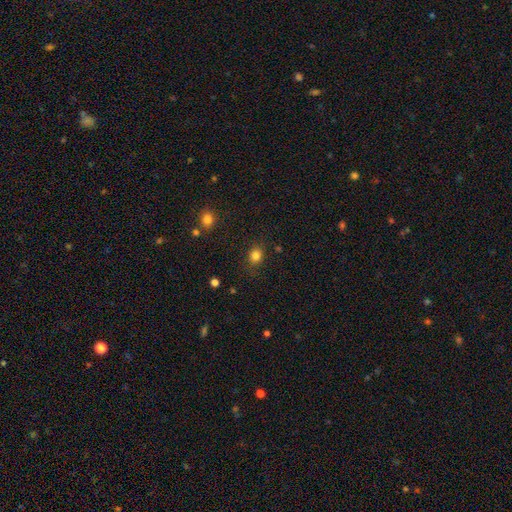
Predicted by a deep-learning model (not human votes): Overall: smooth (82%). How rounded: round (67%; in between 32%). Merging: none (83%).